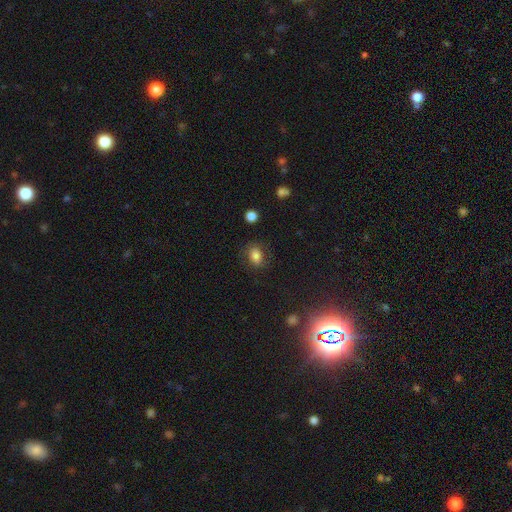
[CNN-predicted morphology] A smooth galaxy with no disk features (77%) that is in between round and cigar-shaped (67%).

Vote fractions:
- Smooth or featured? smooth: 77% / star or artifact: 12% / featured or disk: 11%
- How rounded? in between: 67% / round: 32% / cigar-shaped: 1%
- Merging? none: 76% / minor disturbance: 16% / major disturbance: 7% / merger: 2%